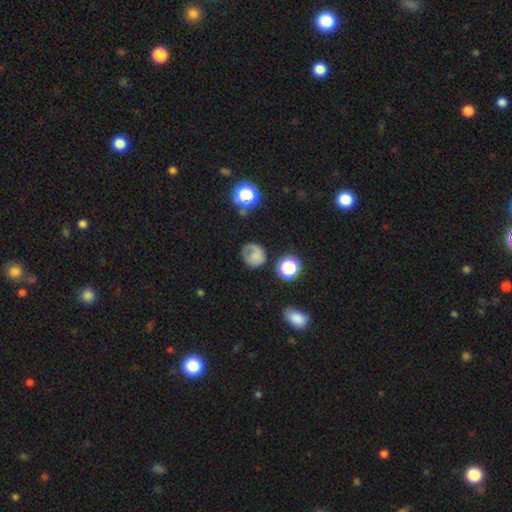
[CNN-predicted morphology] Smooth or featured? Predicted: smooth (p=0.63). How rounded? Predicted: round (p=0.80). Merging? Predicted: none (p=0.52).